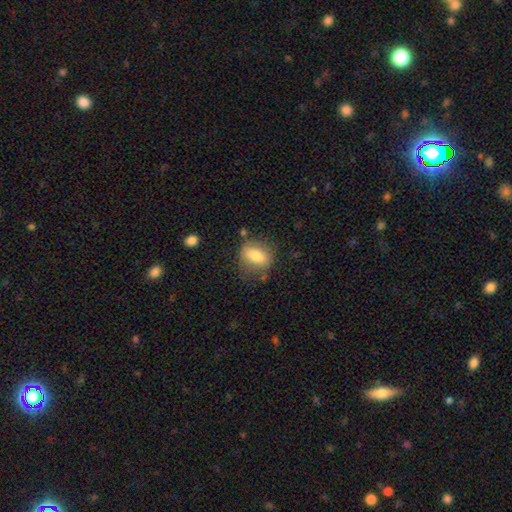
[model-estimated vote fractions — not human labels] Smooth or featured? smooth (74%)
How rounded? in between (66%)
Merging? none (71%)